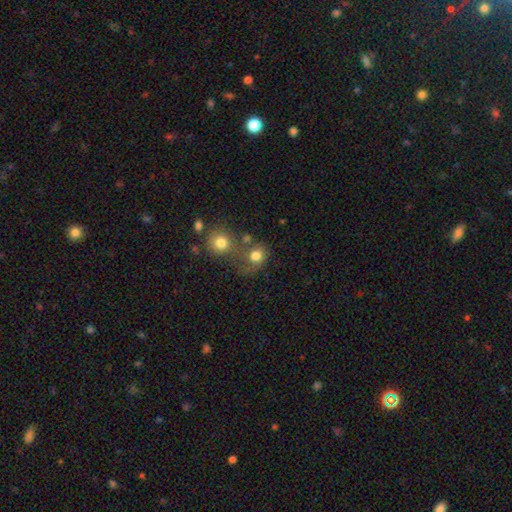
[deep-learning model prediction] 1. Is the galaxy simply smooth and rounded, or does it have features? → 77% smooth, 13% featured or disk, 11% star or artifact.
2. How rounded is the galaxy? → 69% round, 30% in between, 1% cigar-shaped.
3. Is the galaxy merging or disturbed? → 42% merger, 32% none, 13% major disturbance, 13% minor disturbance.